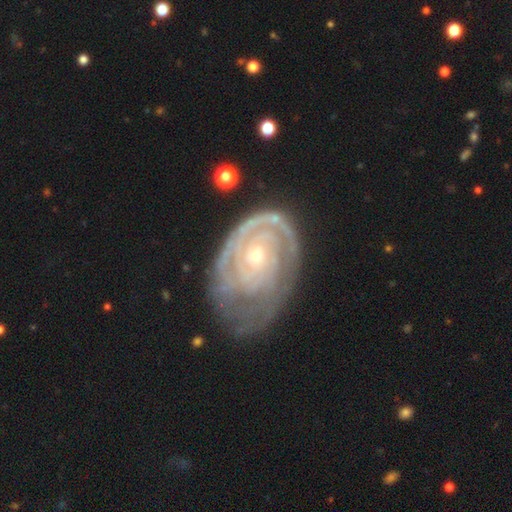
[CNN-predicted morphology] featured or disk 87%, smooth 8%, star or artifact 5%. Down the decision tree: edge-on disk — no (97%); bar — no (74%); spiral arms — yes (95%); spiral arm count — can't tell (31%); spiral winding — tight (80%); bulge size — small (57%); merging — none (57%).